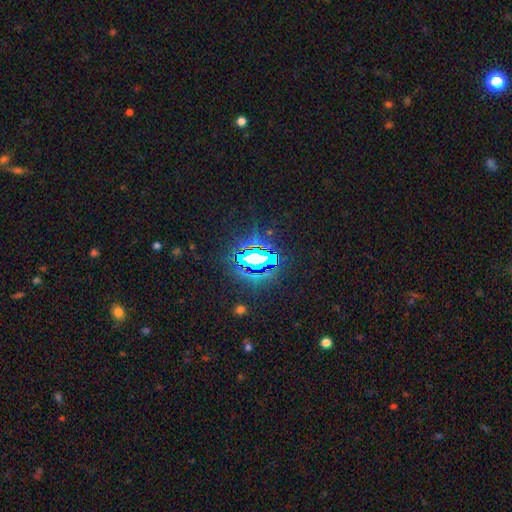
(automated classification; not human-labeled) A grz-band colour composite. It shows a star or artifact, not a galaxy (80%).